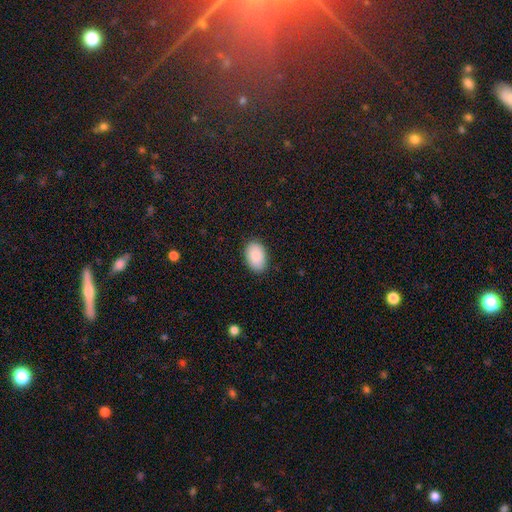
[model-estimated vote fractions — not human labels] This is clearly a smooth galaxy (89%). How rounded: clearly in between (90%). Merging: clearly none (86%).